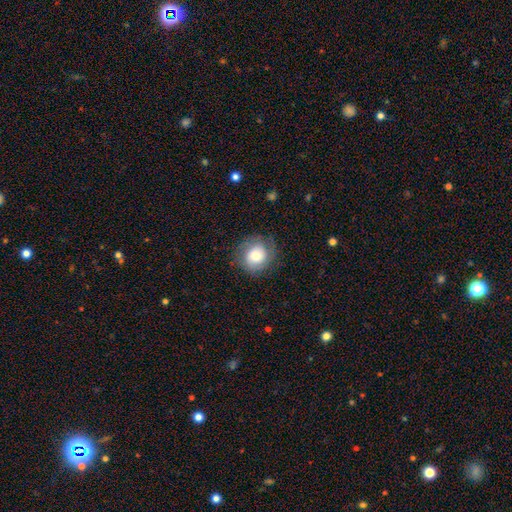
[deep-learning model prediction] smooth 71%, featured or disk 21%, star or artifact 8%. Down the decision tree: how rounded — round (81%); merging — none (78%).